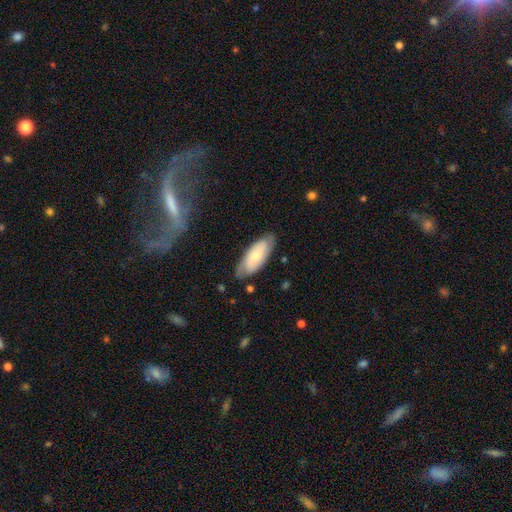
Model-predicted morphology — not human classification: Smooth or featured? smooth (57%)
How rounded? in between (78%)
Merging? none (76%)